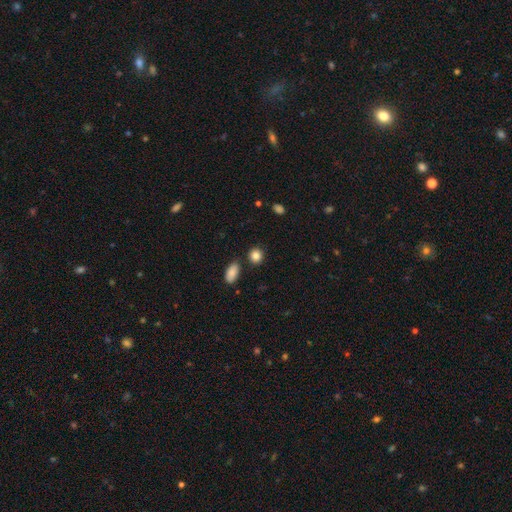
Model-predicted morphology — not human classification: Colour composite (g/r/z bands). It shows a smooth galaxy with no disk features (86%) that is round (79%). Merging: none (83%).